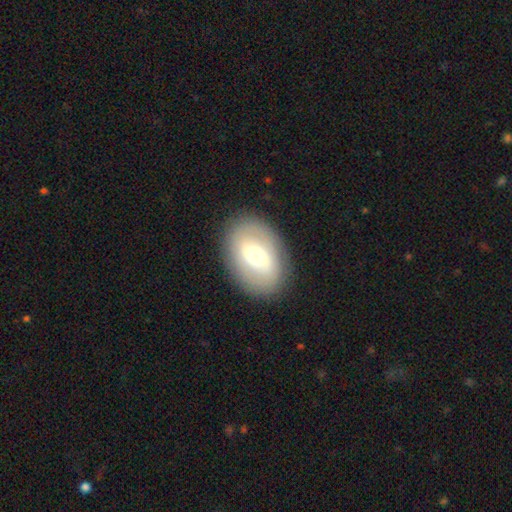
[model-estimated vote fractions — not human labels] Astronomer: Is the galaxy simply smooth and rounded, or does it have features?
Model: smooth — 47% (runner-up: featured or disk, 45%).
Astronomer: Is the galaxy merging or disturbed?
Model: none — 86%.